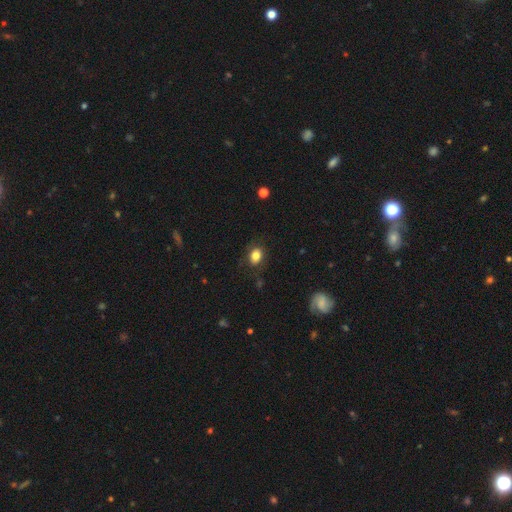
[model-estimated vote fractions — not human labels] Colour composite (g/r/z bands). It shows a smooth galaxy with no disk features (81%) that is in between round and cigar-shaped (63%). Merging: none (77%).